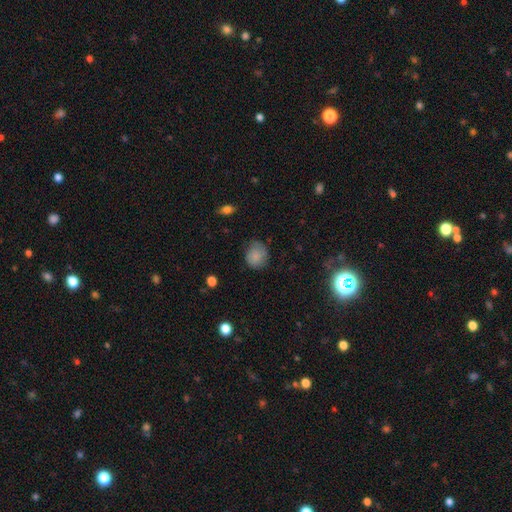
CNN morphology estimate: This is clearly a smooth galaxy (82%). How rounded: likely round (77%). Merging: likely none (68%).